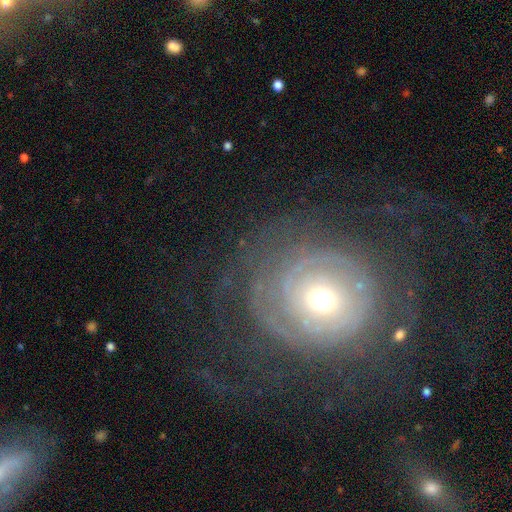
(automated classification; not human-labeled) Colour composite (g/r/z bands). It shows a featured or disk galaxy (76%) with no bar (79%), tight (76%) spiral arms (83%) and a moderate central bulge (61%). Merging: none (65%).